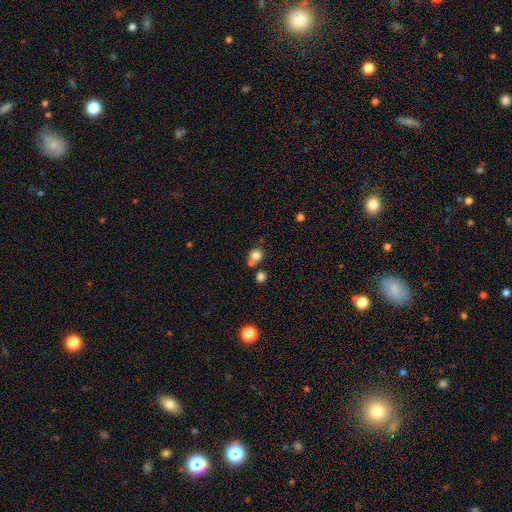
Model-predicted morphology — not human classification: The model was most divided on "merging": none: 50%, merger: 38%, minor disturbance: 8%, major disturbance: 4%. More confident: how rounded — round (84%); smooth or featured — smooth (78%).